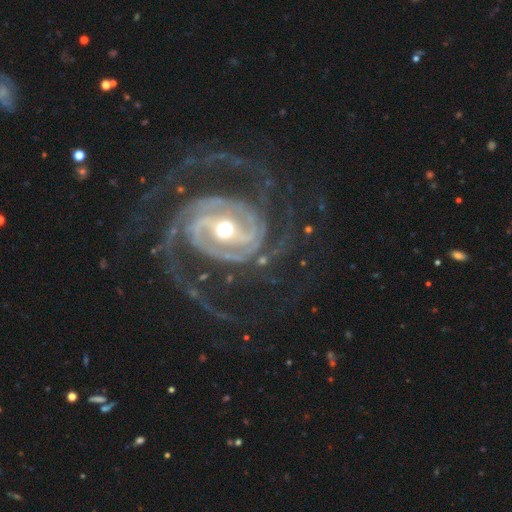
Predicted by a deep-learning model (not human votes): This is clearly a featured or disk galaxy (92%). It is clearly not viewed edge-on (97%). Bar: possibly strong (52%). Spiral arm pattern: clearly yes (98%). Spiral arm count: possibly 2 (51%). Spiral winding: possibly tight (56%). Central bulge: possibly moderate (55%). Merging: likely none (73%).